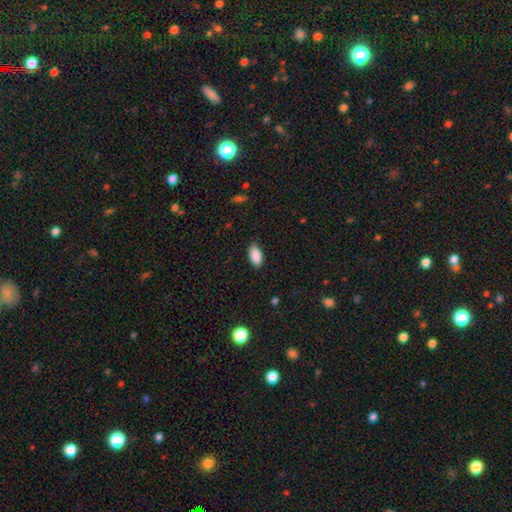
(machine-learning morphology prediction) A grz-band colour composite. It shows a smooth galaxy with no disk features (90%) that is in between round and cigar-shaped (94%). Merging: none (85%).